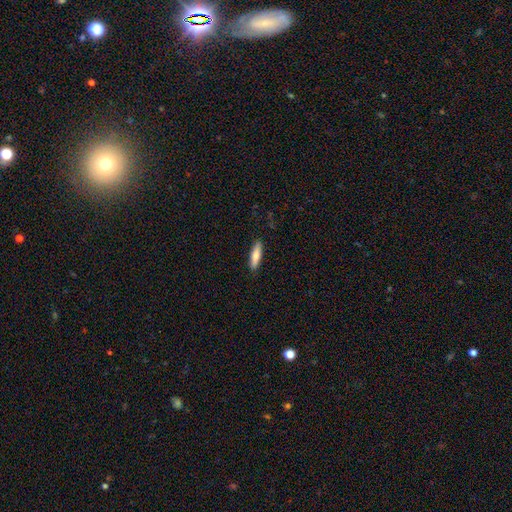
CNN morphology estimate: This appears to be a smooth galaxy with no disk features (75%) that is cigar-shaped (70%). Merging: none (90%).